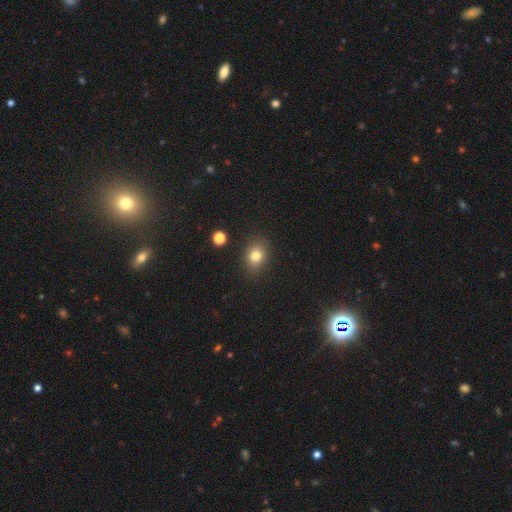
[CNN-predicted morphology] A smooth galaxy with no disk features (80%) that is round (54%).

Vote fractions:
- Smooth or featured? smooth: 80% / star or artifact: 13% / featured or disk: 7%
- How rounded? round: 54% / in between: 45% / cigar-shaped: 1%
- Merging? none: 85% / minor disturbance: 10% / major disturbance: 3% / merger: 2%